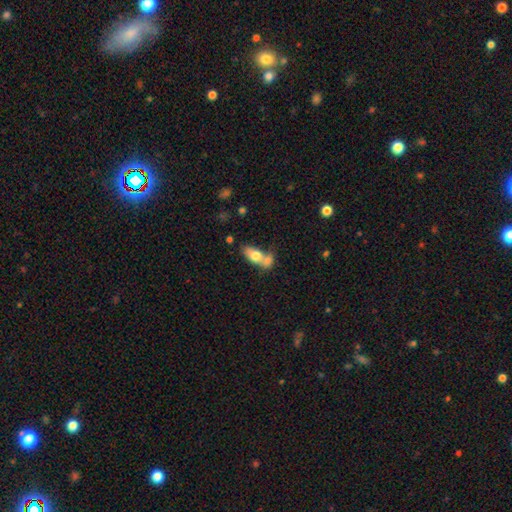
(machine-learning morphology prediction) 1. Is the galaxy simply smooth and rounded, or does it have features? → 71% smooth, 22% featured or disk, 7% star or artifact.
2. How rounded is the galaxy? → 82% in between, 10% round, 8% cigar-shaped.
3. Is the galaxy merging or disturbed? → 63% merger, 23% none, 9% minor disturbance, 5% major disturbance.